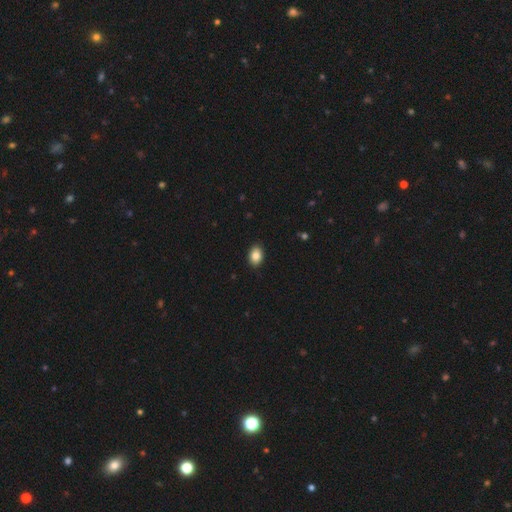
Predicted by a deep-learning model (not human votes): The model was most divided on "how rounded": in between: 79%, round: 20%, cigar-shaped: 1%. More confident: merging — none (90%); smooth or featured — smooth (86%).